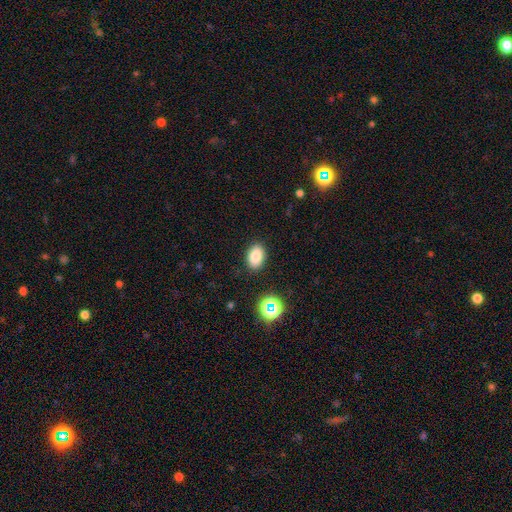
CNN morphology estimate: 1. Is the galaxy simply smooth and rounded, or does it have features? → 82% smooth, 11% star or artifact, 7% featured or disk.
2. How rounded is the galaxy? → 85% in between, 14% round, 1% cigar-shaped.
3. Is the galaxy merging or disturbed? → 88% none, 8% minor disturbance, 2% major disturbance, 2% merger.